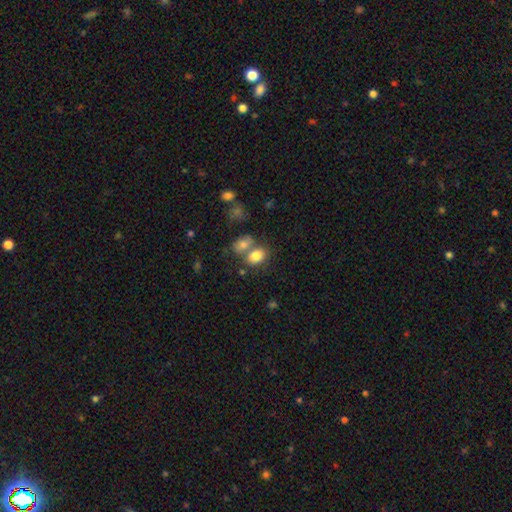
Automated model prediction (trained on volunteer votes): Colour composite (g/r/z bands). It shows a smooth galaxy with no disk features (81%) that is in between round and cigar-shaped (78%). Merging: none (45%).